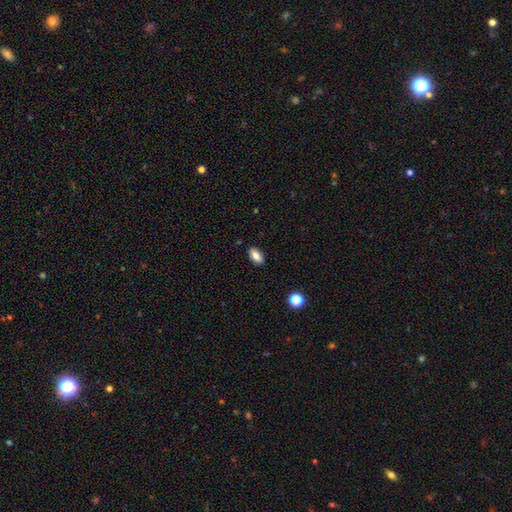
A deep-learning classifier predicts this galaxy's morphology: smooth 80%, featured or disk 12%, star or artifact 8%. Down the decision tree: how rounded — in between (89%); merging — none (88%).